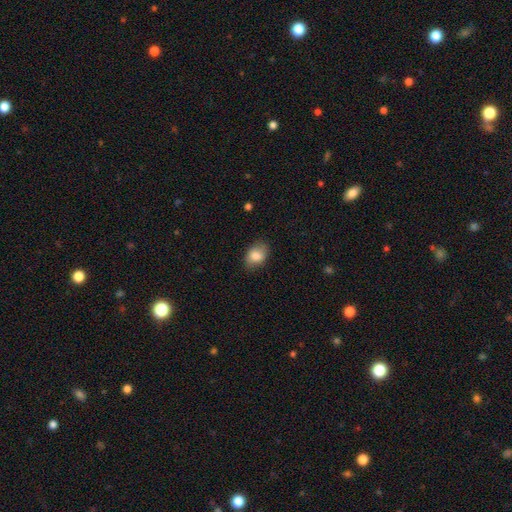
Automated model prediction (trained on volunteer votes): A smooth galaxy with no disk features (82%) that is in between round and cigar-shaped (79%). Merging: none (79%).